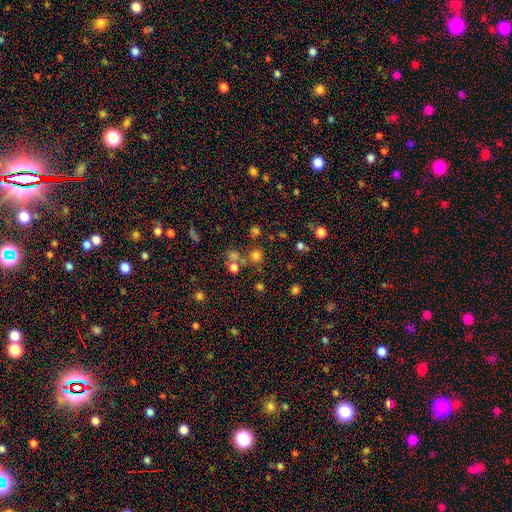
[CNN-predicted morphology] smooth-or-featured: smooth: 71% | star or artifact: 22% | featured or disk: 7%
  how-rounded: round: 91% | in between: 8% | cigar-shaped: 1%
  merging: none: 72% | merger: 15% | minor disturbance: 8% | major disturbance: 4%